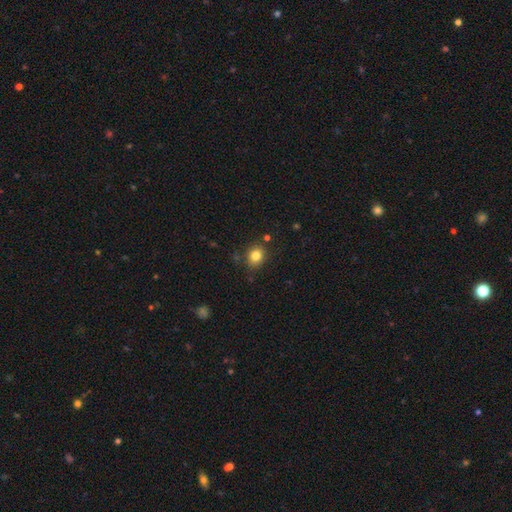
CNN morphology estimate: Overall: smooth (82%). How rounded: round (61%; in between 38%). Merging: none (81%).